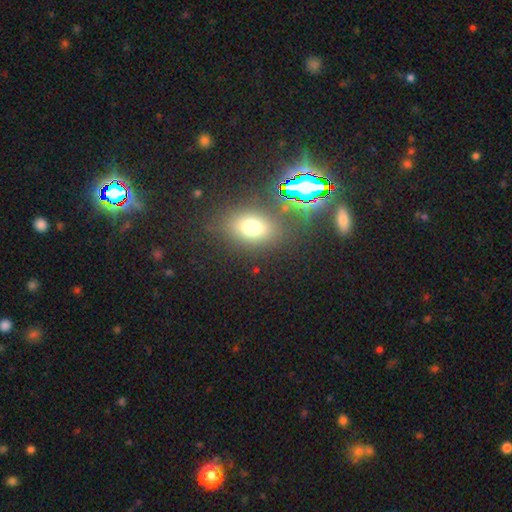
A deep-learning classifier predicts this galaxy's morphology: Smooth or featured? Predicted: smooth (p=0.46). Merging? Predicted: none (p=0.81).